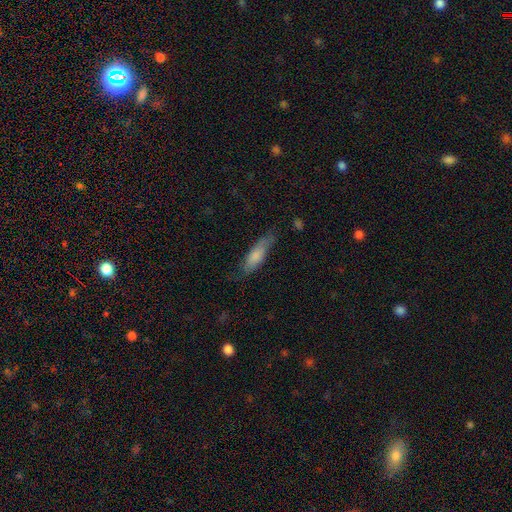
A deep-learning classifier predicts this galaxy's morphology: A smooth galaxy with no disk features (74%) that is cigar-shaped (58%). Merging: none (63%).